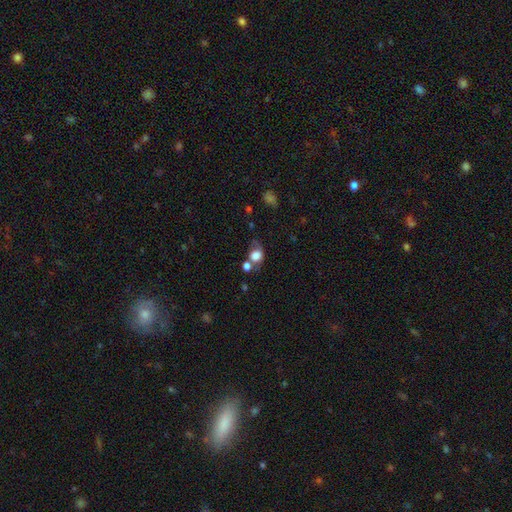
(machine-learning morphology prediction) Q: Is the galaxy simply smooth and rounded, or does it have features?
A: smooth — 74%.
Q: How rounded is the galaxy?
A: round — 58%.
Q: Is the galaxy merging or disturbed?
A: none — 42%.